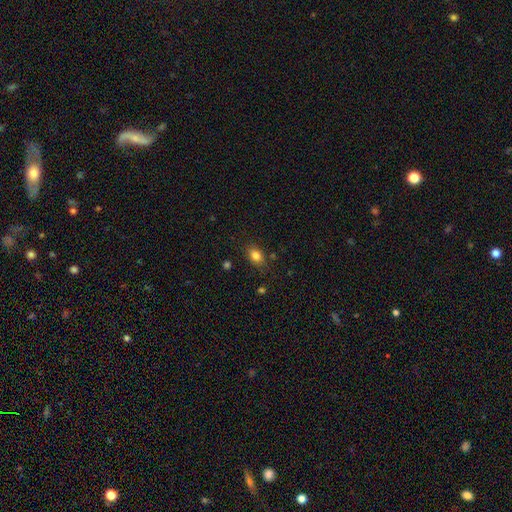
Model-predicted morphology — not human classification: Overall: smooth (83%). How rounded: in between (73%). Merging: none (80%).